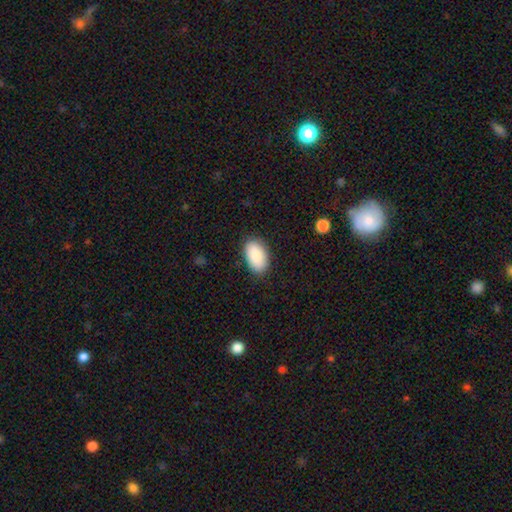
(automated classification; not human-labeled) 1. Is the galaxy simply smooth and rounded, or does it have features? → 89% smooth, 6% star or artifact, 4% featured or disk.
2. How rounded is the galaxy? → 95% in between, 3% round, 1% cigar-shaped.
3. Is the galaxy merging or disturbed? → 87% none, 10% minor disturbance, 2% major disturbance, 1% merger.